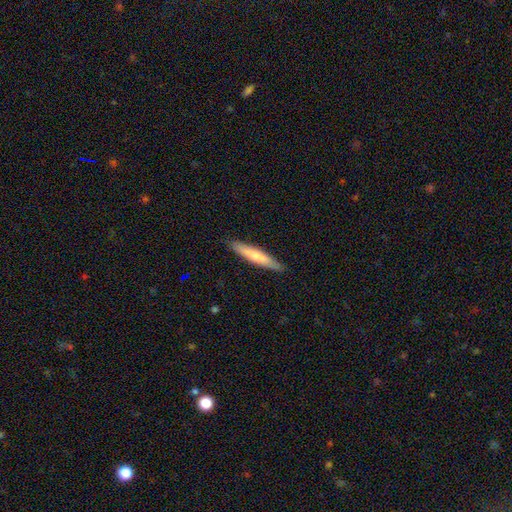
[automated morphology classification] This is likely a smooth galaxy (62%). How rounded: clearly cigar-shaped (91%). Merging: clearly none (89%).